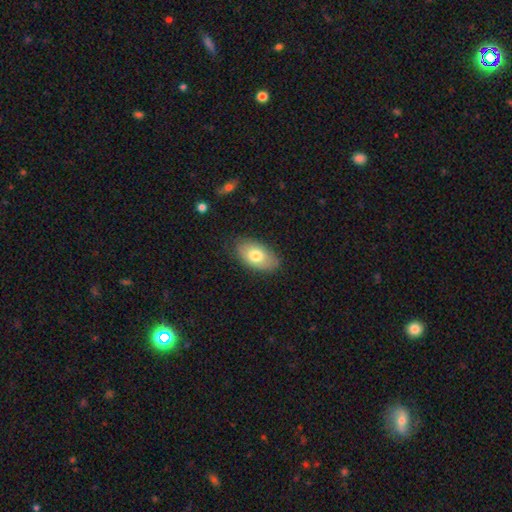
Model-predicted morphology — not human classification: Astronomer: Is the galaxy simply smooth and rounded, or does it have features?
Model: smooth — 73%.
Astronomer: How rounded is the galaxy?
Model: in between — 93%.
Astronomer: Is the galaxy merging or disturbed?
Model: none — 80%.